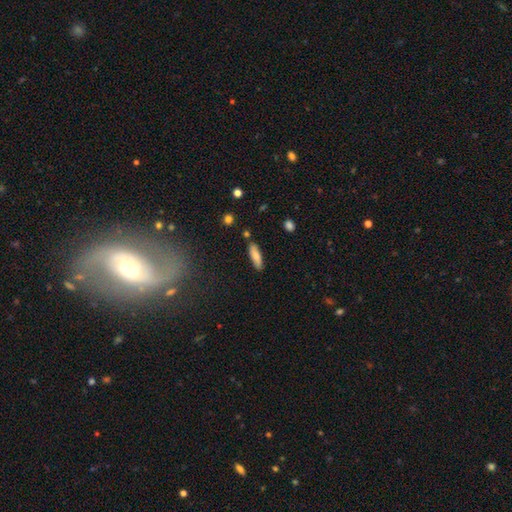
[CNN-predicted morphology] smooth-or-featured: smooth: 76% | featured or disk: 17% | star or artifact: 7%
  how-rounded: cigar-shaped: 53% | in between: 45% | round: 2%
  merging: none: 84% | minor disturbance: 11% | merger: 3% | major disturbance: 2%